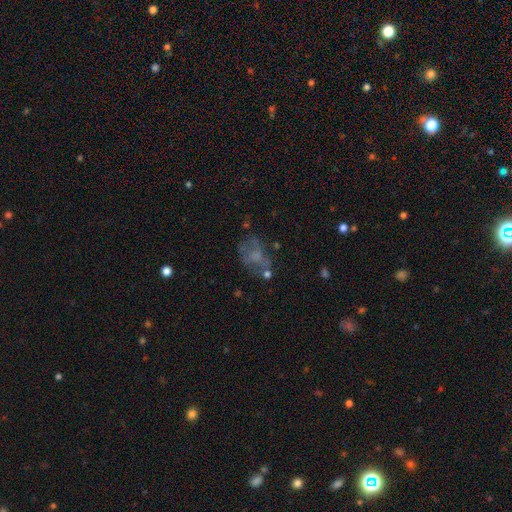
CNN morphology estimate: A featured or disk galaxy (46%). Merging: none (43%).